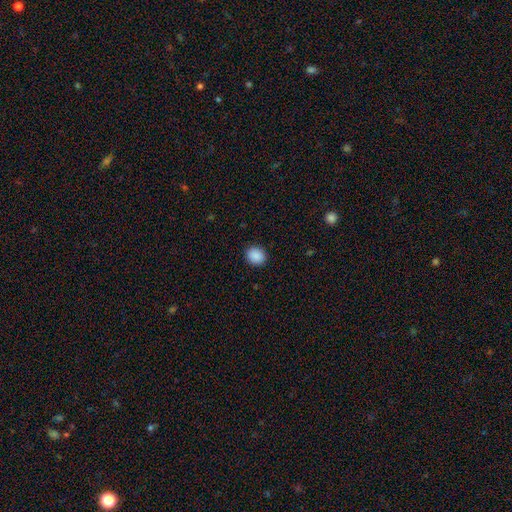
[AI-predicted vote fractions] smooth 89%, star or artifact 8%, featured or disk 2%. Down the decision tree: how rounded — round (65%); merging — none (91%).